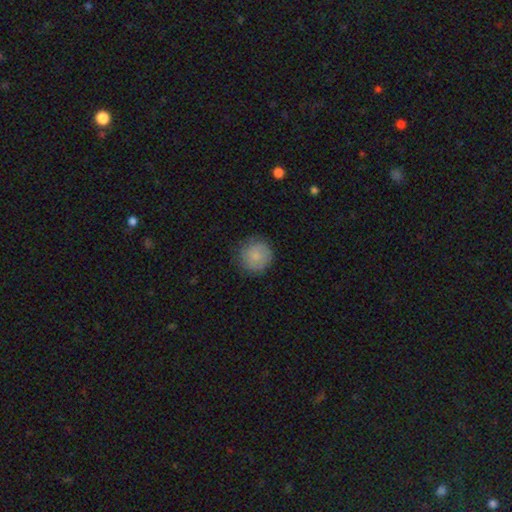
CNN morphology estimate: A smooth galaxy with no disk features (76%) that is round (94%). Merging: none (81%).